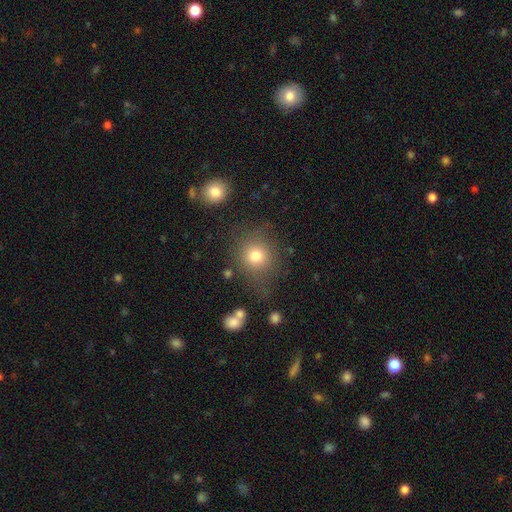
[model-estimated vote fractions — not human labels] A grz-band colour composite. It shows a smooth galaxy with no disk features (77%) that is round (86%). Merging: none (76%).